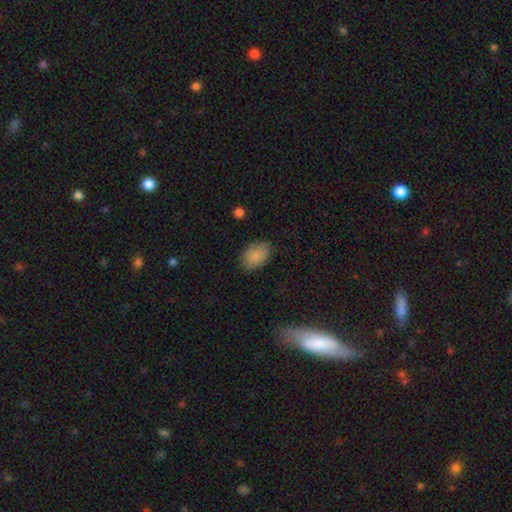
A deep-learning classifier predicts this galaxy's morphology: This is clearly a smooth galaxy (86%). How rounded: clearly in between (87%). Merging: clearly none (82%).